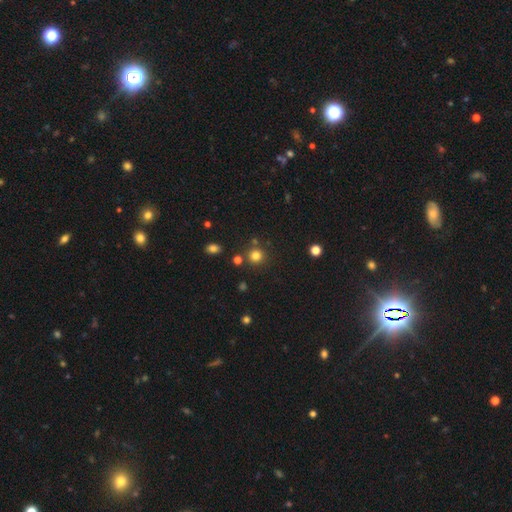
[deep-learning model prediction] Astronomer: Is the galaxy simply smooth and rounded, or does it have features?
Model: smooth — 79%.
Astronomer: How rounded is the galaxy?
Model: round — 92%.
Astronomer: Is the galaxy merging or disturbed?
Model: none — 82%.